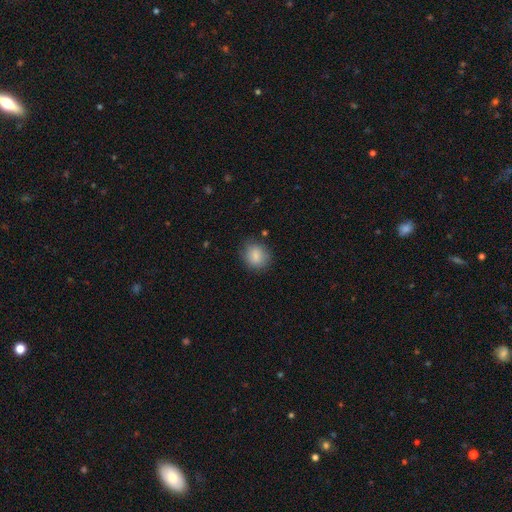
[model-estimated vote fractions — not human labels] Q: Smooth or featured?
A: smooth (84%); runner-up: star or artifact (8%)
Q: How rounded?
A: round (68%); runner-up: in between (31%)
Q: Merging?
A: none (80%); runner-up: minor disturbance (15%)